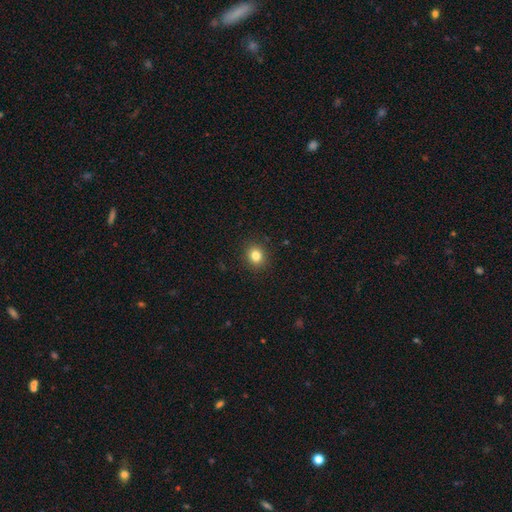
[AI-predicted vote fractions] A smooth galaxy with no disk features (82%) that is round (77%).

Vote fractions:
- Smooth or featured? smooth: 82% / star or artifact: 12% / featured or disk: 6%
- How rounded? round: 77% / in between: 22% / cigar-shaped: 1%
- Merging? none: 91% / minor disturbance: 6% / major disturbance: 2% / merger: 1%